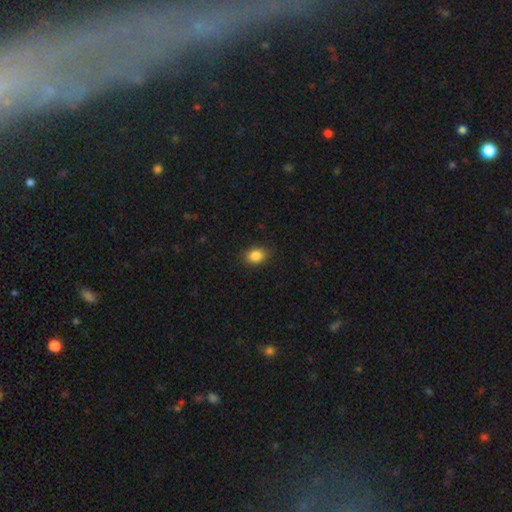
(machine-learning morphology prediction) Smooth or featured: smooth — 86% (star or artifact — 9%)
How rounded: in between — 59% (round — 40%)
Merging: none — 86% (minor disturbance — 10%)